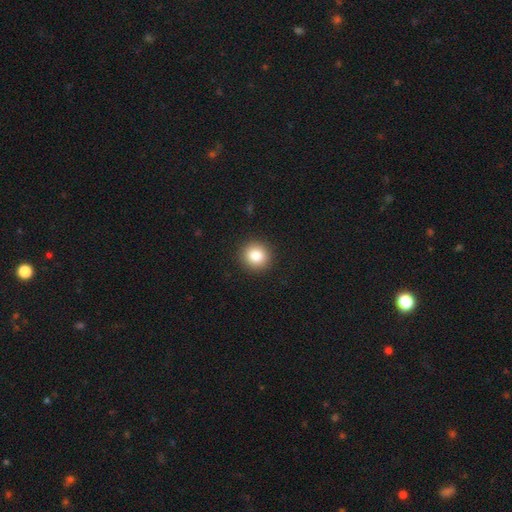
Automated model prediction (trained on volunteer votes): smooth 84%, star or artifact 10%, featured or disk 6%. Down the decision tree: how rounded — round (91%); merging — none (92%).